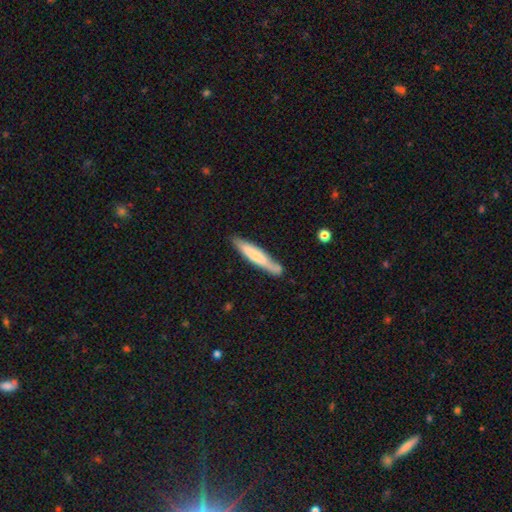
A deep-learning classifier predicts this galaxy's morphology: type=smooth (62%); roundness=cigar-shaped (91%); merging=none (77%).